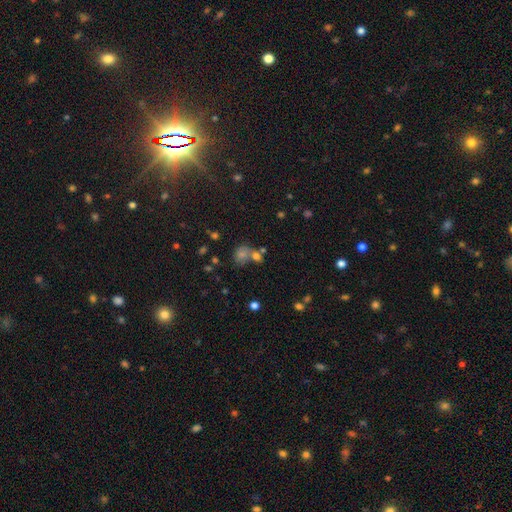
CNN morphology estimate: Smooth or featured: star or artifact — 65% (smooth — 22%)